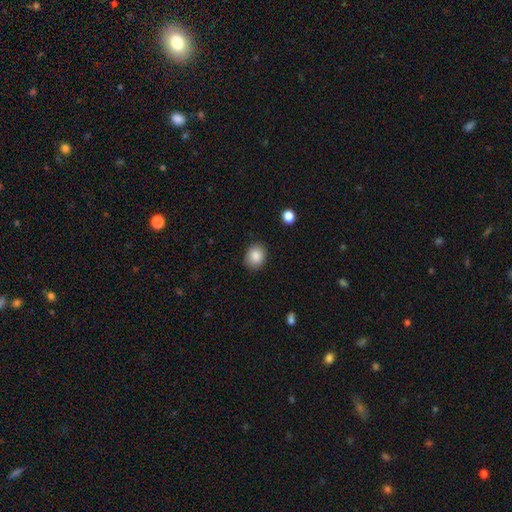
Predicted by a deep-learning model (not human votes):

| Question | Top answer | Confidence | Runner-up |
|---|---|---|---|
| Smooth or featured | smooth | 87% | star or artifact (8%) |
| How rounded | round | 60% | in between (39%) |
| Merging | none | 86% | minor disturbance (10%) |